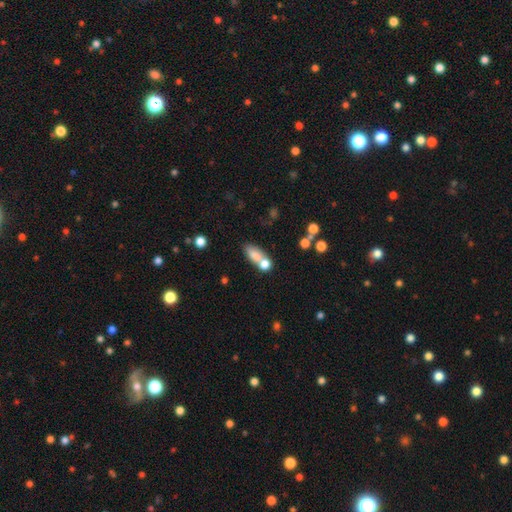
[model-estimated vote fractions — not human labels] smooth_or_featured: smooth (p=0.76) [alt: featured or disk p=0.13]
how_rounded: in between (p=0.72) [alt: cigar-shaped p=0.17]
merging: merger (p=0.41) [alt: none p=0.40]